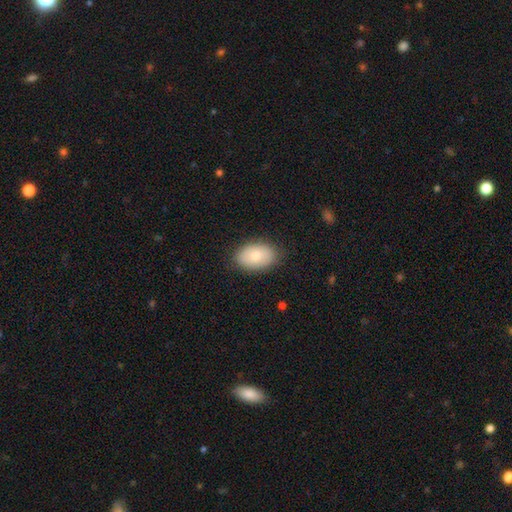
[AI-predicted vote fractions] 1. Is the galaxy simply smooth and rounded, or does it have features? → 77% smooth, 16% featured or disk, 7% star or artifact.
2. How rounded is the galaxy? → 88% in between, 10% round, 1% cigar-shaped.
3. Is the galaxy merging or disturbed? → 83% none, 13% minor disturbance, 3% major disturbance, 1% merger.